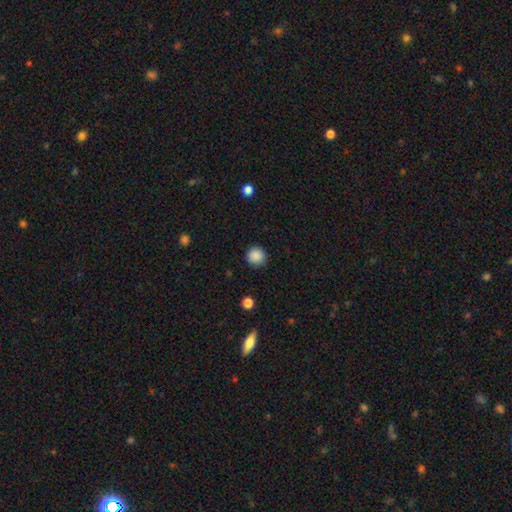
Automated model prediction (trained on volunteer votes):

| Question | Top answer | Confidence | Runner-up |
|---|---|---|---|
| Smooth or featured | smooth | 87% | star or artifact (10%) |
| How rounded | round | 95% | in between (4%) |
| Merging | none | 90% | minor disturbance (7%) |